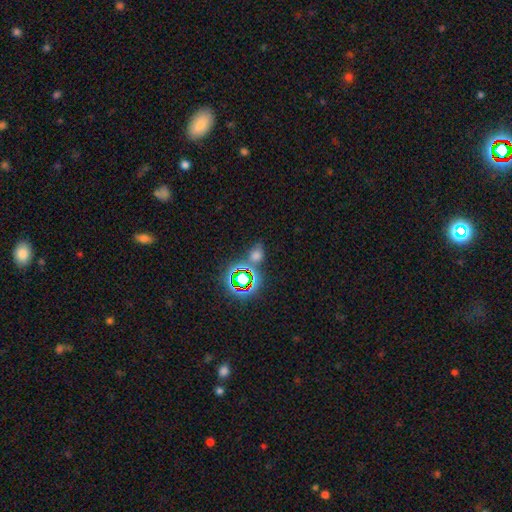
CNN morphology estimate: Smooth or featured: smooth — 51% (star or artifact — 40%)
How rounded: in between — 60% (round — 37%)
Merging: none — 62% (merger — 16%)